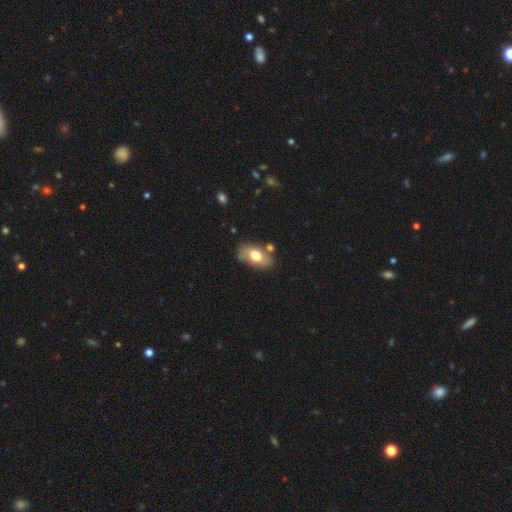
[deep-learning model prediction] Q: Smooth or featured?
A: smooth (67%); runner-up: featured or disk (25%)
Q: How rounded?
A: in between (90%); runner-up: round (8%)
Q: Merging?
A: none (67%); runner-up: minor disturbance (19%)